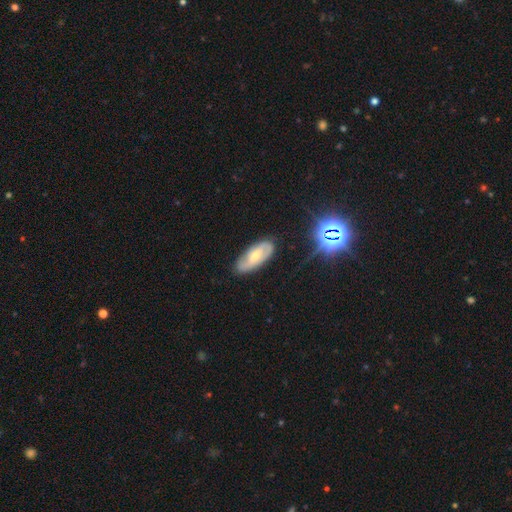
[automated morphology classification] type=featured or disk (61%); edge-on=no (89%); bar=no (48%); spiral arms=yes (82%); bulge=moderate (47%, tied with small); merging=none (76%).